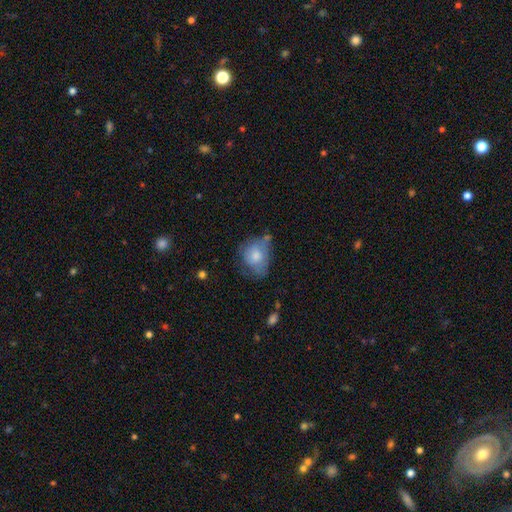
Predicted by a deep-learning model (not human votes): This is likely a smooth galaxy (67%). How rounded: possibly in between (54%). Merging: marginally minor disturbance (36%, tied with none).